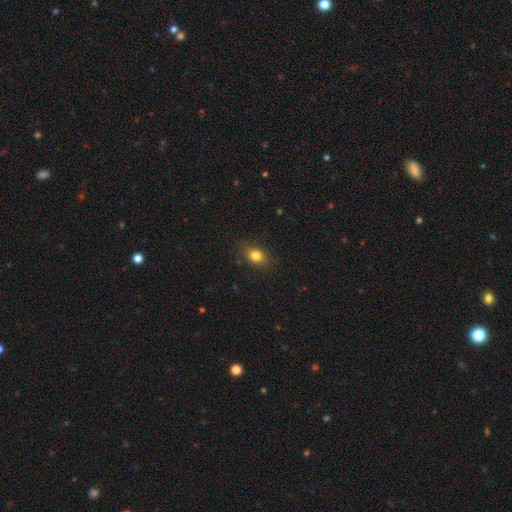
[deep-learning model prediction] Smooth or featured?
  - smooth: 81% *
  - star or artifact: 11%
  - featured or disk: 7%
How rounded?
  - in between: 65% *
  - round: 33%
  - cigar-shaped: 2%
Merging?
  - none: 84% *
  - minor disturbance: 12%
  - major disturbance: 3%
  - merger: 1%